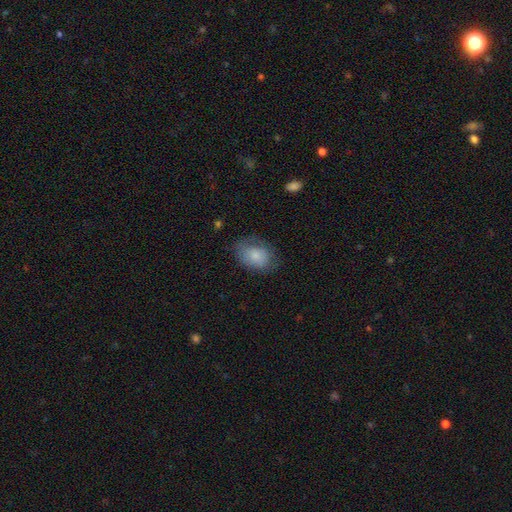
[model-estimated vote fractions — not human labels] Smooth or featured? Predicted: smooth (p=0.80). How rounded? Predicted: in between (p=0.78). Merging? Predicted: none (p=0.65).